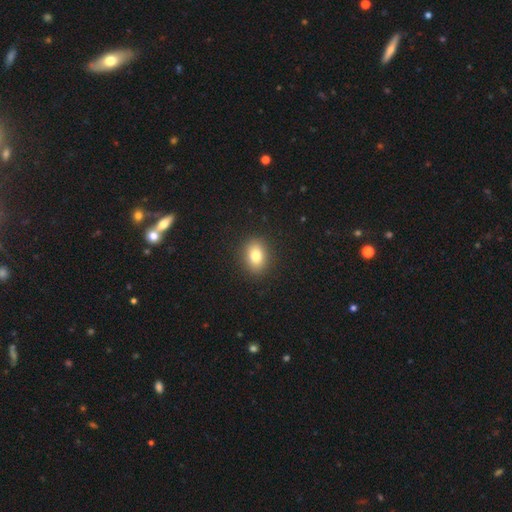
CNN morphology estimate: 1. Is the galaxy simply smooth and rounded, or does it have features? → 81% smooth, 10% star or artifact, 9% featured or disk.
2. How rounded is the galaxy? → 63% in between, 35% round, 1% cigar-shaped.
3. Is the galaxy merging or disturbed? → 90% none, 7% minor disturbance, 2% major disturbance, 1% merger.